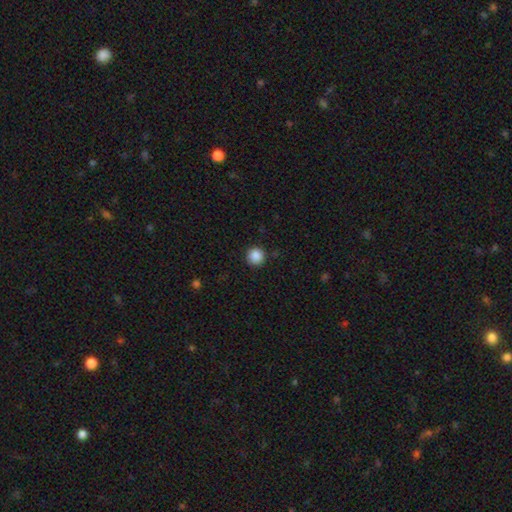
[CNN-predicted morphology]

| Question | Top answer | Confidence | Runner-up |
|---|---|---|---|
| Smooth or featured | smooth | 88% | star or artifact (10%) |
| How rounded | round | 96% | in between (3%) |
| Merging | none | 92% | minor disturbance (5%) |